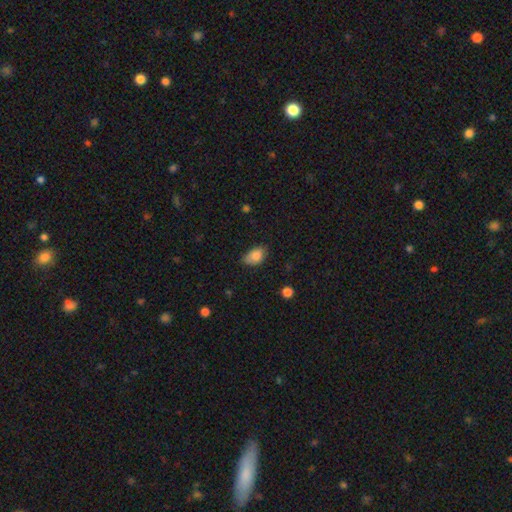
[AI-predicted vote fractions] This appears to be a smooth galaxy with no disk features (84%) that is in between round and cigar-shaped (87%). Merging: none (63%).